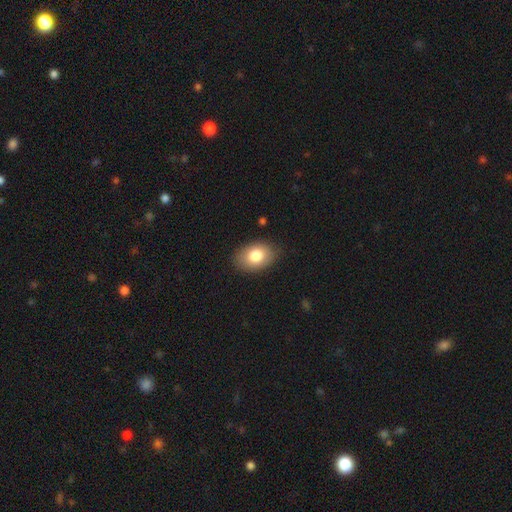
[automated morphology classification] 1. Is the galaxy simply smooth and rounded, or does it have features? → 80% smooth, 12% featured or disk, 8% star or artifact.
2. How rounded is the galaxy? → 83% in between, 16% round, 1% cigar-shaped.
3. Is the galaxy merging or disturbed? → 85% none, 11% minor disturbance, 3% major disturbance, 1% merger.